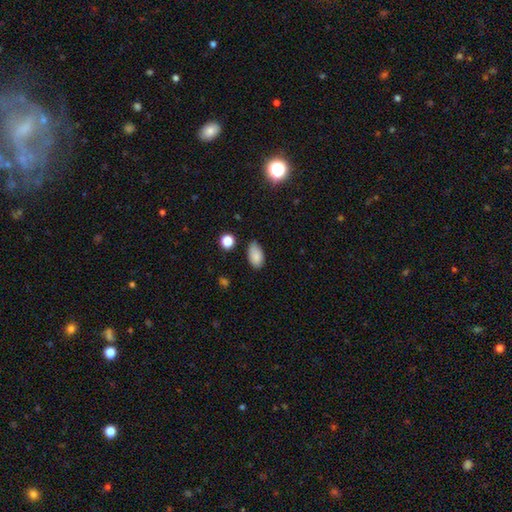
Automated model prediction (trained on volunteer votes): smooth-or-featured: smooth: 85% | star or artifact: 9% | featured or disk: 6%
  how-rounded: in between: 93% | round: 5% | cigar-shaped: 2%
  merging: none: 67% | minor disturbance: 27% | major disturbance: 4% | merger: 2%